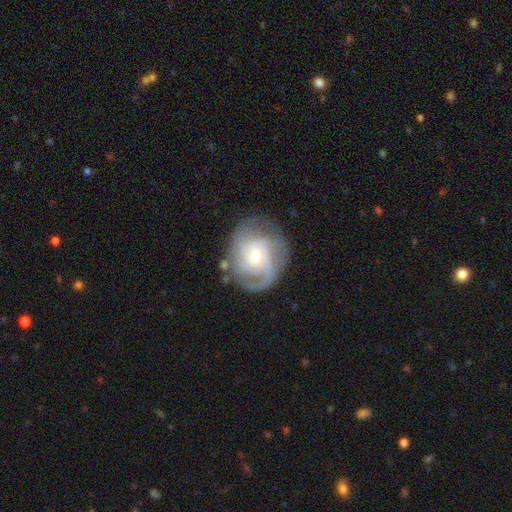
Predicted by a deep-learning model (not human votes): A featured or disk galaxy (82%) with no bar (61%), 3 (31%) tight (51%) spiral arms (95%) and a small central bulge (57%).

Vote fractions:
- Smooth or featured? featured or disk: 82% / smooth: 12% / star or artifact: 6%
- Edge-on disk? no: 98% / yes: 2%
- Bar? no: 61% / weak: 33% / strong: 7%
- Spiral arms? yes: 95% / no: 5%
- Spiral winding? tight: 51% / medium: 38% / loose: 11%
- Spiral arm count? 3: 31% / 2: 26% / can't tell: 24% / 4: 9% / 1: 6% / more than 4: 5%
- Bulge size? small: 57% / moderate: 39% / large: 2% / none: 1% / dominant: 1%
- Merging? none: 73% / minor disturbance: 16% / major disturbance: 8% / merger: 3%